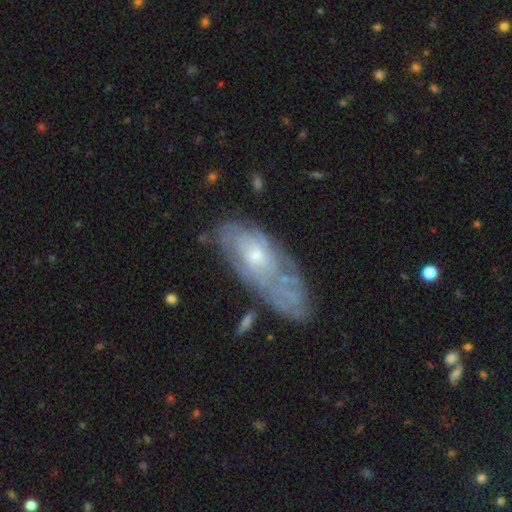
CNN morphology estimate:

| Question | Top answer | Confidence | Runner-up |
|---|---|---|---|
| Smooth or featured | featured or disk | 61% | smooth (29%) |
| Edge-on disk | no | 82% | yes (18%) |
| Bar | no | 79% | weak (18%) |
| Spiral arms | yes | 59% | no (41%) |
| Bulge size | small | 51% | moderate (42%) |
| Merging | none | 60% | minor disturbance (23%) |